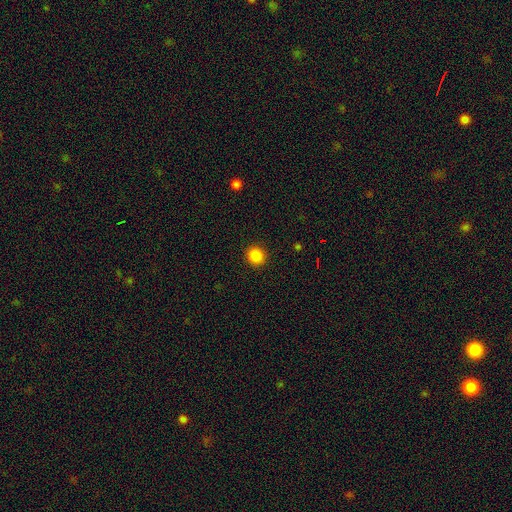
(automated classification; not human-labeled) The model was most divided on "smooth or featured": smooth: 86%, star or artifact: 11%, featured or disk: 3%. More confident: merging — none (92%); how rounded — round (88%).